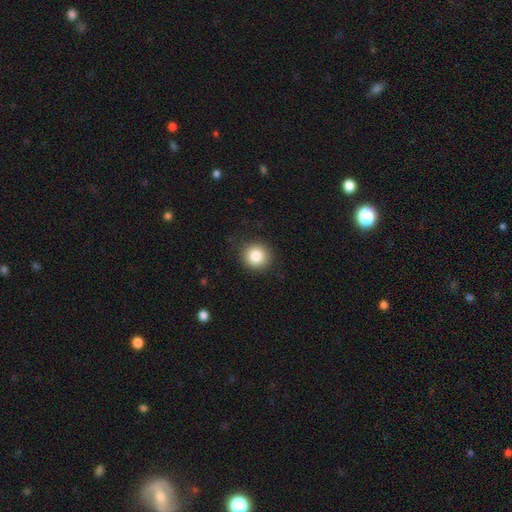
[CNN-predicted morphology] The model was most divided on "smooth or featured": smooth: 84%, star or artifact: 10%, featured or disk: 6%. More confident: how rounded — round (92%); merging — none (88%).